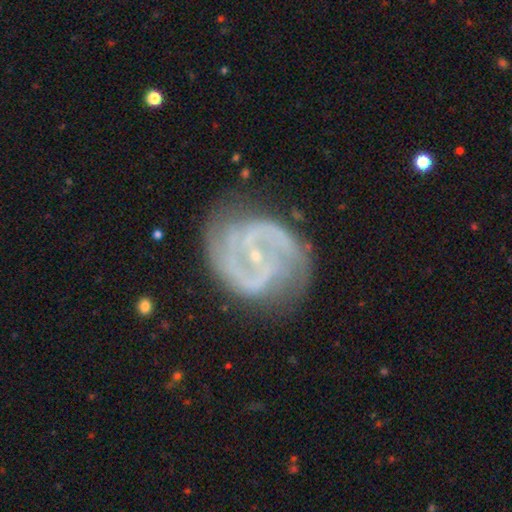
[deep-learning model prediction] smooth_or_featured: featured or disk (p=0.89) [alt: star or artifact p=0.06]
disk_edge_on: no (p=0.98) [alt: yes p=0.02]
bar: no (p=0.40) [tied with: weak p=0.40]
has_spiral_arms: yes (p=0.96) [alt: no p=0.04]
spiral_winding: medium (p=0.51) [alt: tight p=0.33]
spiral_arm_count: 2 (p=0.75) [alt: can't tell p=0.08]
bulge_size: small (p=0.84) [alt: moderate p=0.12]
merging: none (p=0.70) [alt: minor disturbance p=0.20]